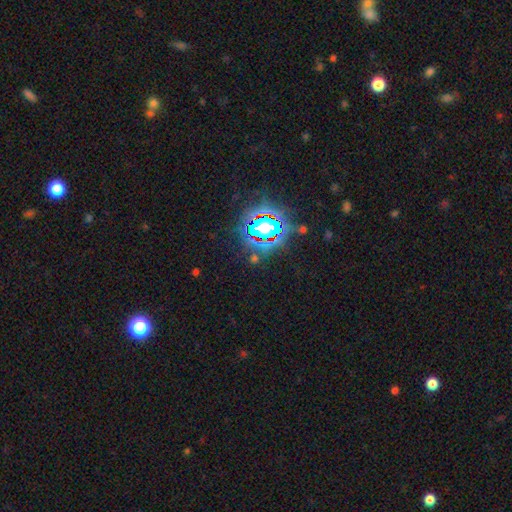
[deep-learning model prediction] A star or artifact, not a galaxy (75%).

Vote fractions:
- Smooth or featured? star or artifact: 75% / smooth: 15% / featured or disk: 10%